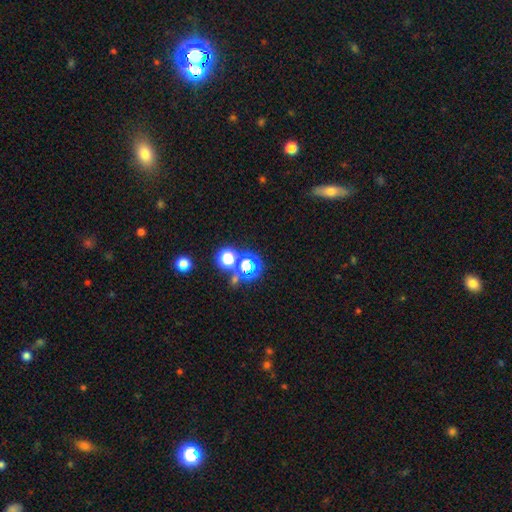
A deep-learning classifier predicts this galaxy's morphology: Overall: star or artifact (58%; smooth 31%).